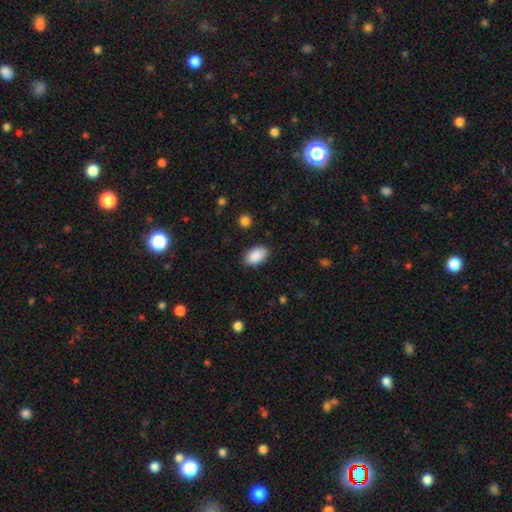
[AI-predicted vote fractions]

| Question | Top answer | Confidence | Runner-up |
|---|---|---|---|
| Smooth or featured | smooth | 90% | star or artifact (7%) |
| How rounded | in between | 91% | round (7%) |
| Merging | none | 86% | minor disturbance (10%) |